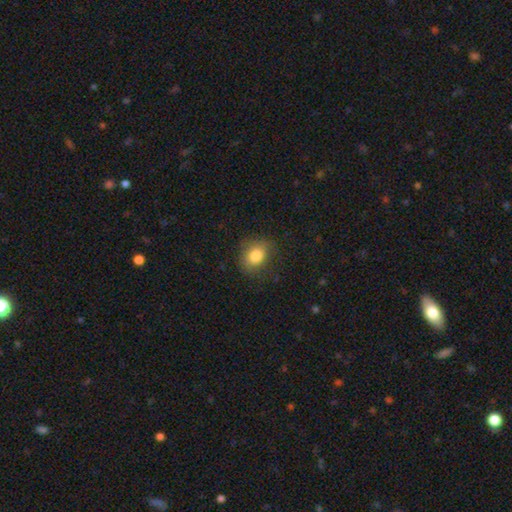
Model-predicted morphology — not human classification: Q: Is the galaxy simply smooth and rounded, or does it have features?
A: smooth — 82%.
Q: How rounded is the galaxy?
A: in between — 53%.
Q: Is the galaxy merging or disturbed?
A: none — 78%.